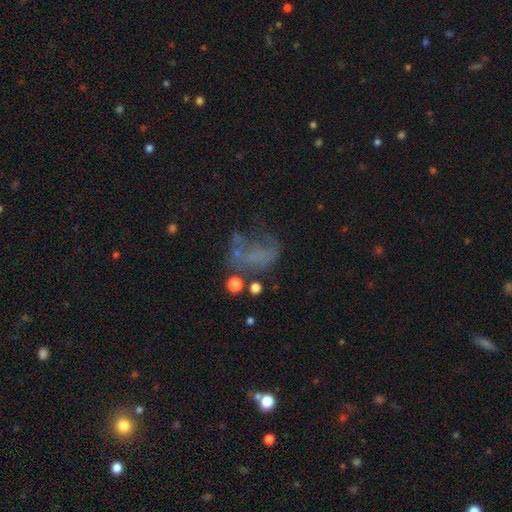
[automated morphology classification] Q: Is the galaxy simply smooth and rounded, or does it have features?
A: featured or disk — 44%.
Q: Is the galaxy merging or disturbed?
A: major disturbance — 42%.